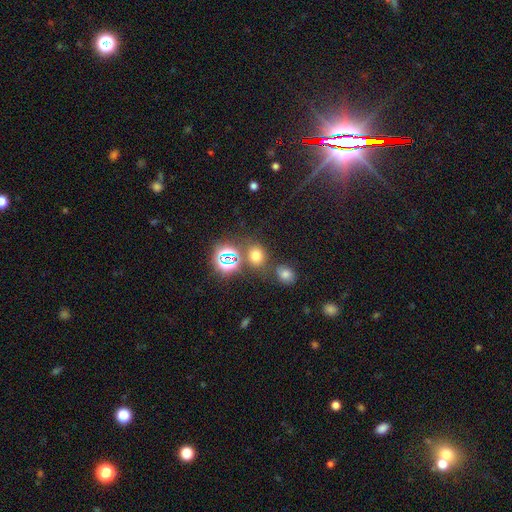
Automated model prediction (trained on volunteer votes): A smooth galaxy with no disk features (62%) that is round (63%).

Vote fractions:
- Smooth or featured? smooth: 62% / star or artifact: 31% / featured or disk: 8%
- How rounded? round: 63% / in between: 36% / cigar-shaped: 1%
- Merging? none: 71% / merger: 14% / minor disturbance: 11% / major disturbance: 4%